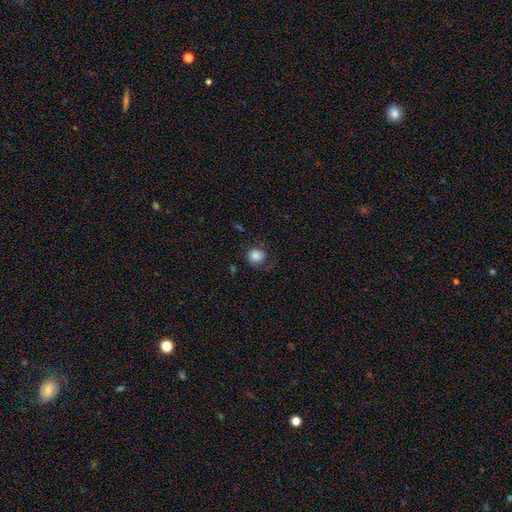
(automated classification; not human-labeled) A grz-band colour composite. It shows a smooth galaxy with no disk features (71%) that is round (79%). Merging: none (59%).